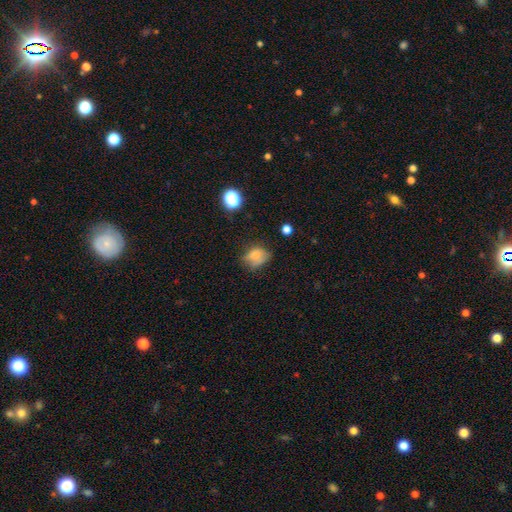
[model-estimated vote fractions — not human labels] Morphology: type=smooth (69%); roundness=in between (54%); merging=none (47%).